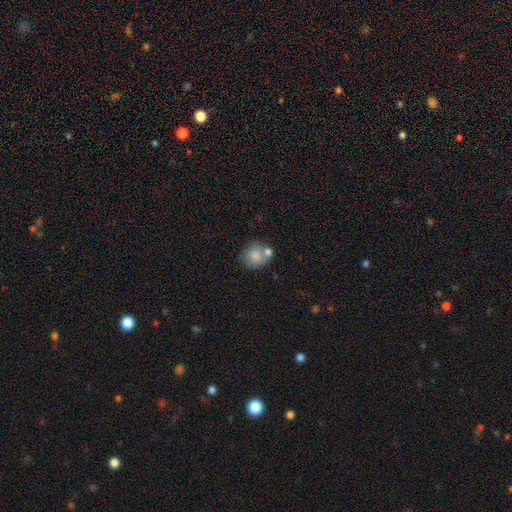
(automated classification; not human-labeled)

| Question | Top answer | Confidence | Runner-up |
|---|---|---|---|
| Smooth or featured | smooth | 78% | featured or disk (14%) |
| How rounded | round | 75% | in between (24%) |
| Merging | none | 52% | merger (27%) |